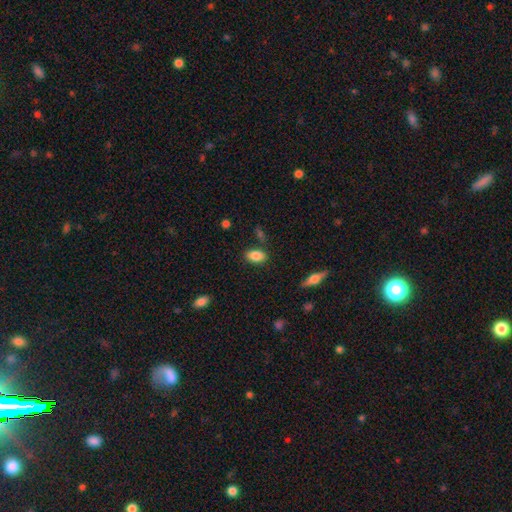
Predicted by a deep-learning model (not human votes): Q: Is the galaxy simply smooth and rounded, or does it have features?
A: smooth — 85%.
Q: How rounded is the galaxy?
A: in between — 91%.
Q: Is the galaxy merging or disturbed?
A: none — 82%.